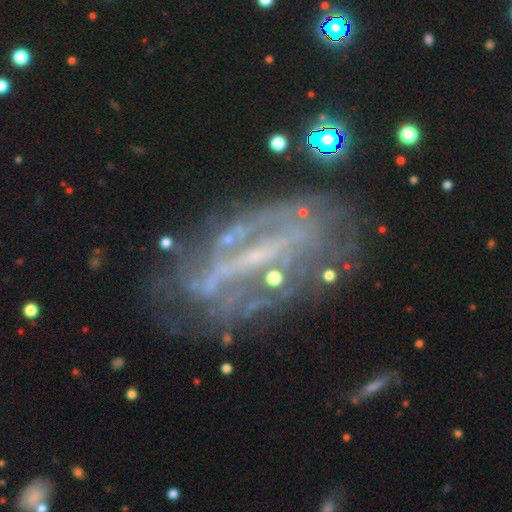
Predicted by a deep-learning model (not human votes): A featured or disk galaxy (76%) with a strong bar (55%), spiral arms (52%) and a small central bulge (48%).

Vote fractions:
- Smooth or featured? featured or disk: 76% / star or artifact: 12% / smooth: 12%
- Edge-on disk? no: 80% / yes: 20%
- Bar? strong: 55% / weak: 25% / no: 20%
- Spiral arms? yes: 52% / no: 48%
- Bulge size? small: 48% / none: 38% / moderate: 11% / large: 2% / dominant: 1%
- Merging? none: 63% / minor disturbance: 19% / major disturbance: 15% / merger: 4%